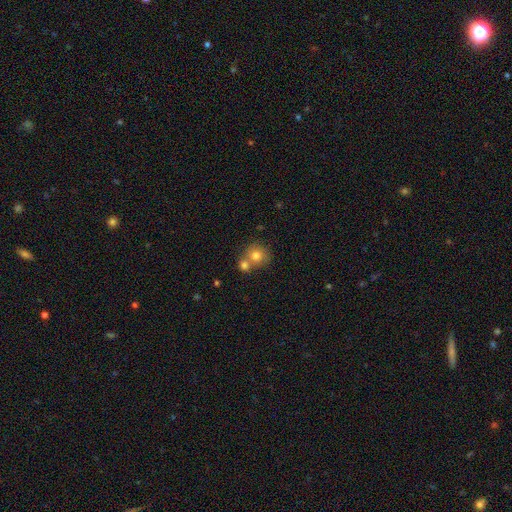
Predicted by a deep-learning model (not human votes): Q: Smooth or featured?
A: smooth (77%); runner-up: featured or disk (13%)
Q: How rounded?
A: round (86%); runner-up: in between (13%)
Q: Merging?
A: none (47%); runner-up: merger (43%)